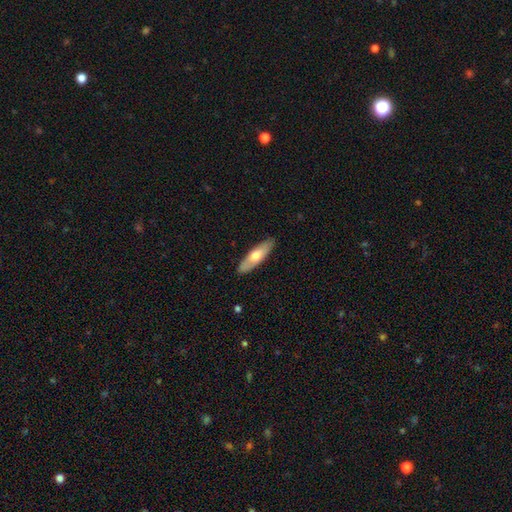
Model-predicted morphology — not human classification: The model was most divided on "how rounded": cigar-shaped: 59%, in between: 39%, round: 2%. More confident: merging — none (89%); smooth or featured — smooth (62%).